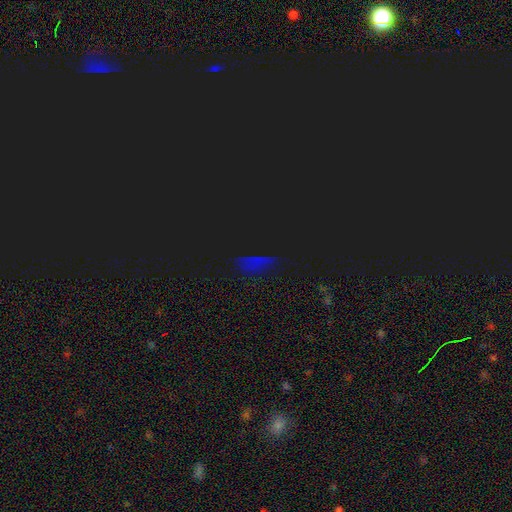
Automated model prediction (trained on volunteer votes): Morphology: type=star or artifact (75%).